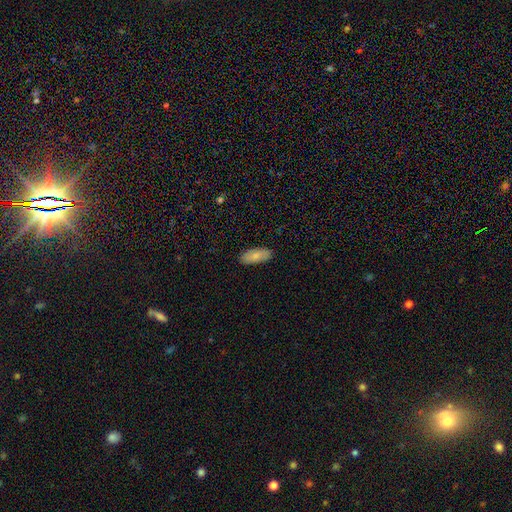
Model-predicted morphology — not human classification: smooth_or_featured: smooth (p=0.84) [alt: featured or disk p=0.10]
how_rounded: in between (p=0.83) [alt: cigar-shaped p=0.16]
merging: none (p=0.89) [alt: minor disturbance p=0.08]